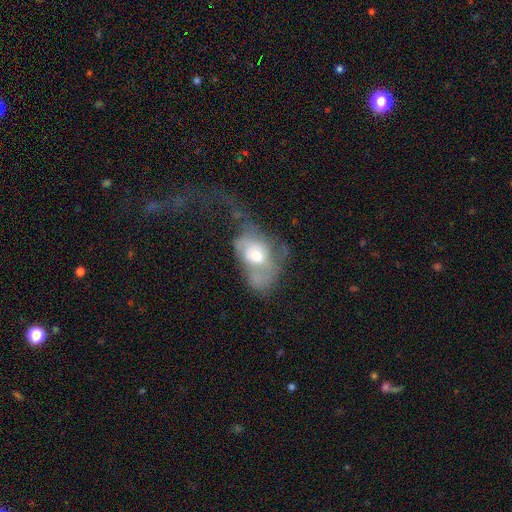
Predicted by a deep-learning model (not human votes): smooth 46%, featured or disk 45%, star or artifact 9%. Down the decision tree: merging — major disturbance (58%).